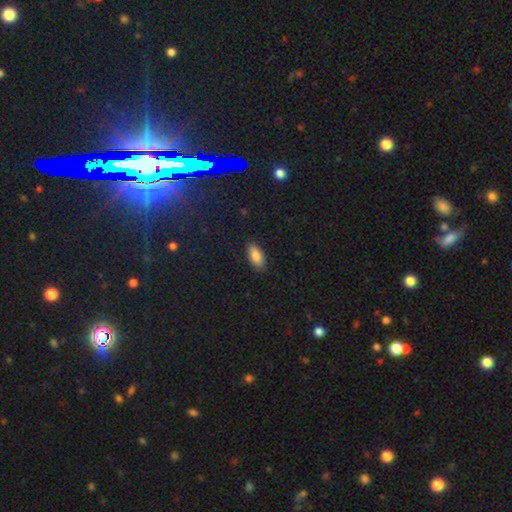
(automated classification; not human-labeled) Smooth or featured: smooth — 86% (star or artifact — 7%)
How rounded: in between — 91% (cigar-shaped — 6%)
Merging: none — 86% (minor disturbance — 10%)